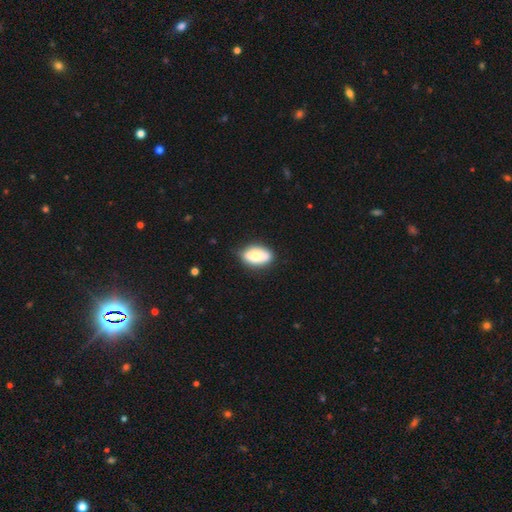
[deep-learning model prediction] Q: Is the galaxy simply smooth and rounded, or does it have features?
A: smooth — 74%.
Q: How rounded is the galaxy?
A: in between — 91%.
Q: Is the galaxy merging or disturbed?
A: none — 75%.